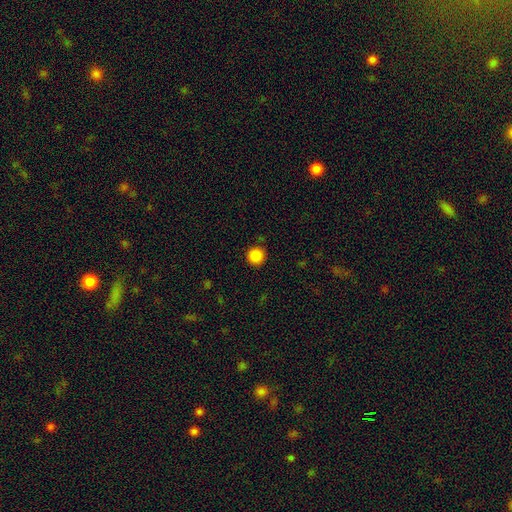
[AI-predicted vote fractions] The model was most divided on "smooth or featured": smooth: 87%, star or artifact: 10%, featured or disk: 3%. More confident: how rounded — round (95%); merging — none (90%).